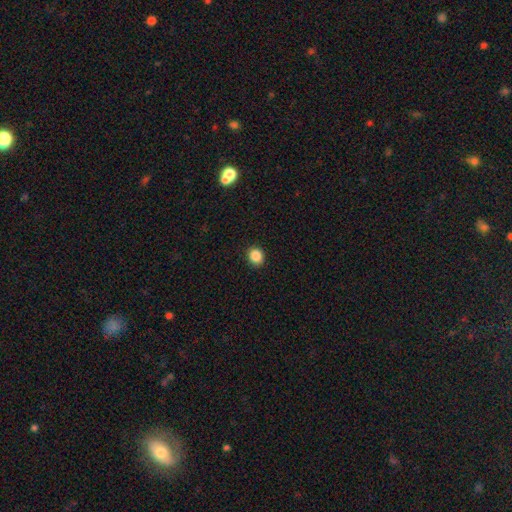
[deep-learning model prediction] Smooth or featured? Predicted: smooth (p=0.87). How rounded? Predicted: round (p=0.77). Merging? Predicted: none (p=0.92).